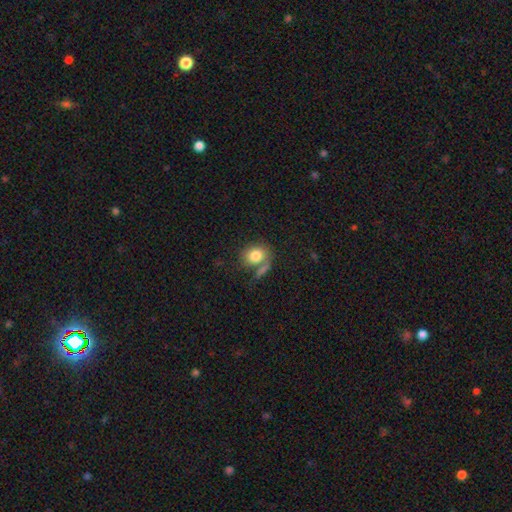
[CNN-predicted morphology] Smooth or featured?
  - smooth: 80% *
  - featured or disk: 11%
  - star or artifact: 9%
How rounded?
  - round: 55% *
  - in between: 43%
  - cigar-shaped: 1%
Merging?
  - none: 52% *
  - merger: 24%
  - minor disturbance: 15%
  - major disturbance: 9%